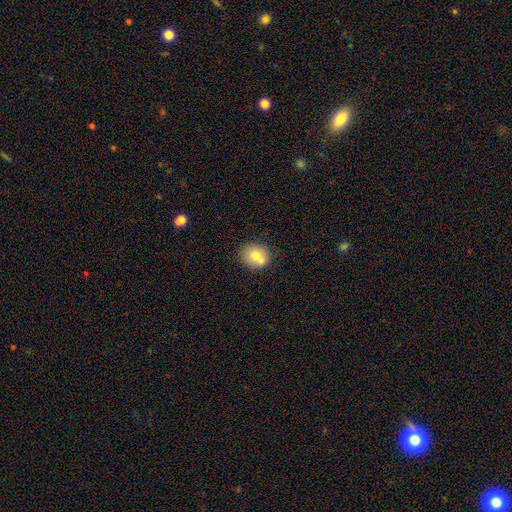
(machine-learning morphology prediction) smooth 71%, featured or disk 19%, star or artifact 10%. Down the decision tree: how rounded — round (76%); merging — none (63%).